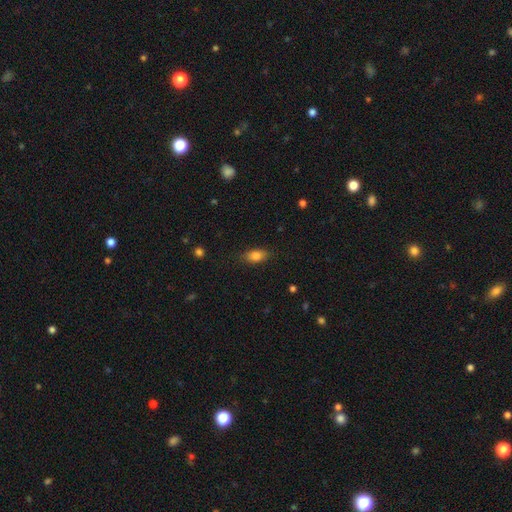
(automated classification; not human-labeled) smooth 83%, star or artifact 9%, featured or disk 8%. Down the decision tree: how rounded — in between (86%); merging — none (83%).